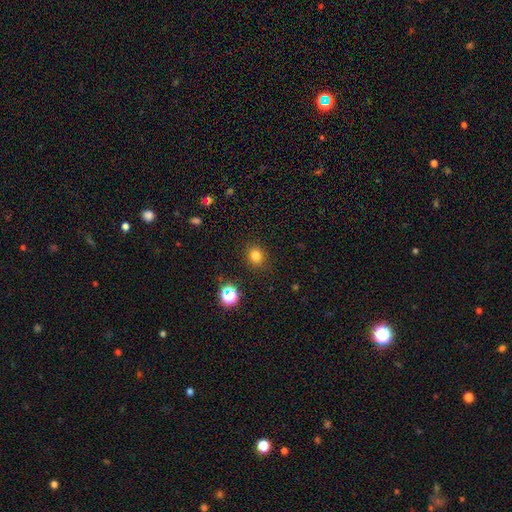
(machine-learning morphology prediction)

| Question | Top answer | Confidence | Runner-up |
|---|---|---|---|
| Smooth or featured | smooth | 79% | star or artifact (16%) |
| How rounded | round | 78% | in between (21%) |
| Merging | none | 88% | minor disturbance (8%) |